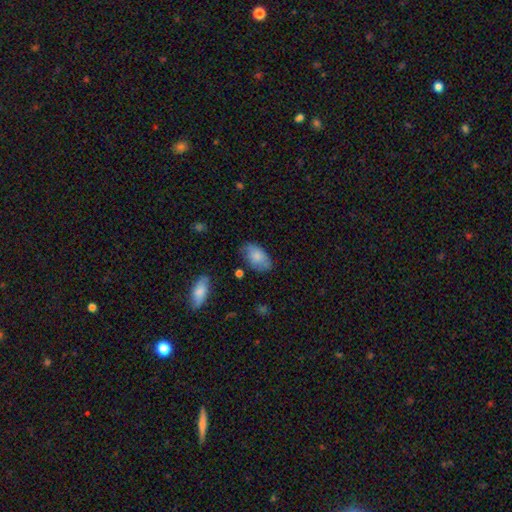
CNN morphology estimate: Smooth or featured: smooth — 81% (featured or disk — 13%)
How rounded: in between — 93% (round — 5%)
Merging: none — 69% (minor disturbance — 23%)